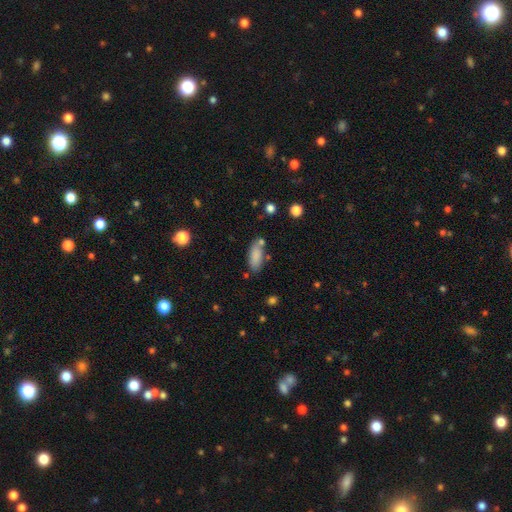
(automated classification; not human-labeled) Overall: smooth (85%). How rounded: in between (80%). Merging: none (70%).